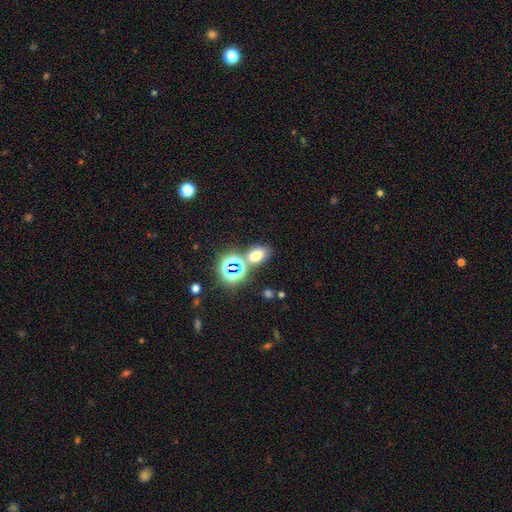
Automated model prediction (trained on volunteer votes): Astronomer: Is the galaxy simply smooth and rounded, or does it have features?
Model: smooth — 65%.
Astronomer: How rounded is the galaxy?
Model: in between — 74%.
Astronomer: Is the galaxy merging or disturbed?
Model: none — 66%.